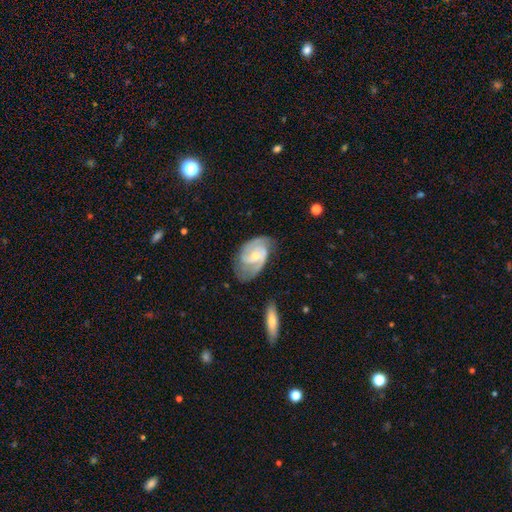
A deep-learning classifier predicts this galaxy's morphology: type=featured or disk (86%); edge-on=no (97%); bar=no (50%); spiral arms=yes (97%); winding=medium (48%); arm count=2 (66%); bulge=small (62%); merging=none (68%).